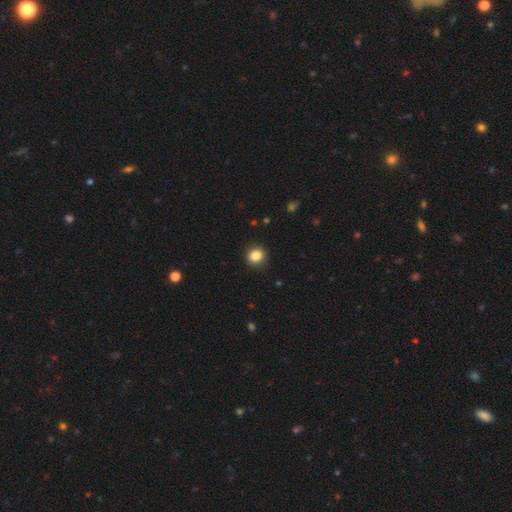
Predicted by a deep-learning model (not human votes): Q: Smooth or featured?
A: smooth (85%); runner-up: star or artifact (10%)
Q: How rounded?
A: round (81%); runner-up: in between (18%)
Q: Merging?
A: none (90%); runner-up: minor disturbance (7%)